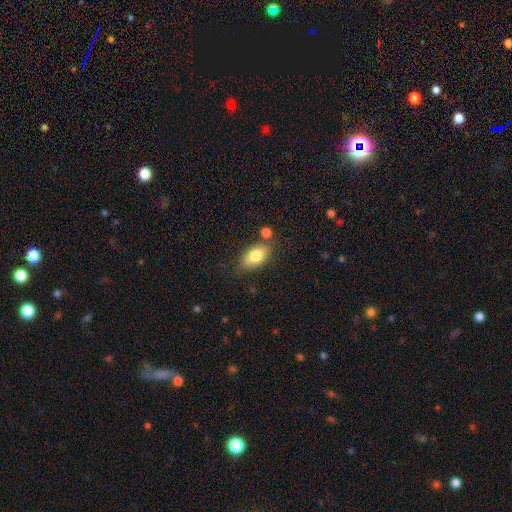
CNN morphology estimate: This appears to be a smooth galaxy with no disk features (79%) that is in between round and cigar-shaped (89%). Merging: none (68%).